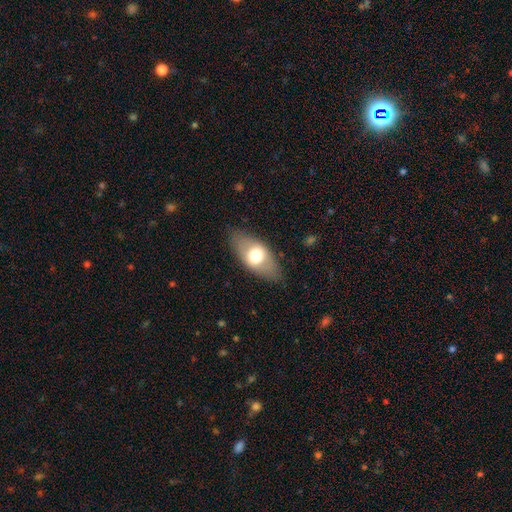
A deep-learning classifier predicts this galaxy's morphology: A smooth galaxy with no disk features (61%) that is in between round and cigar-shaped (87%).

Vote fractions:
- Smooth or featured? smooth: 61% / featured or disk: 32% / star or artifact: 7%
- How rounded? in between: 87% / cigar-shaped: 7% / round: 6%
- Merging? none: 82% / minor disturbance: 13% / major disturbance: 4% / merger: 1%